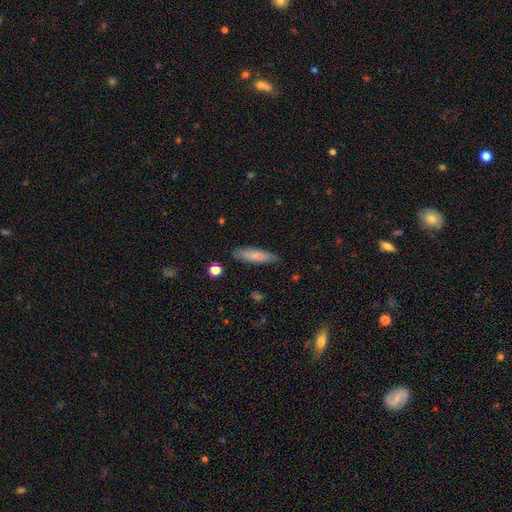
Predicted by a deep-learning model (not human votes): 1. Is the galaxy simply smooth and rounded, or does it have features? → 74% smooth, 19% featured or disk, 7% star or artifact.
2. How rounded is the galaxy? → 75% cigar-shaped, 23% in between, 2% round.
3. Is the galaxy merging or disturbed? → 83% none, 13% minor disturbance, 3% major disturbance, 2% merger.